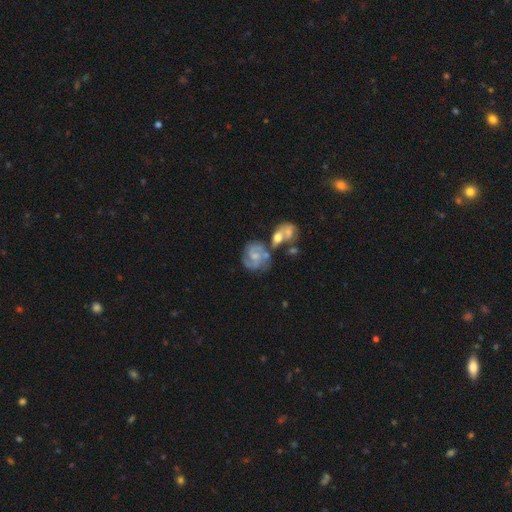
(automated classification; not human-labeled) smooth_or_featured: featured or disk (p=0.80) [alt: smooth p=0.14]
disk_edge_on: no (p=0.98) [alt: yes p=0.02]
bar: no (p=0.57) [alt: weak p=0.37]
has_spiral_arms: yes (p=0.93) [alt: no p=0.07]
spiral_winding: tight (p=0.45) [alt: medium p=0.43]
spiral_arm_count: 2 (p=0.47) [alt: 3 p=0.26]
bulge_size: small (p=0.47) [alt: moderate p=0.38]
merging: none (p=0.48) [alt: merger p=0.25]